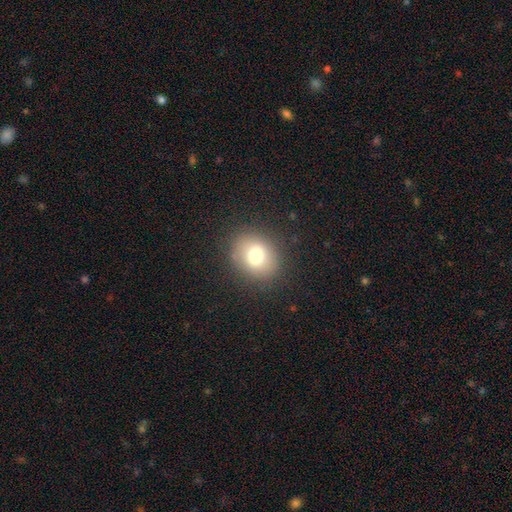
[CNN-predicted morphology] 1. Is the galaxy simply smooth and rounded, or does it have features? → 74% smooth, 13% star or artifact, 13% featured or disk.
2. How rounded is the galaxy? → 64% round, 35% in between, 1% cigar-shaped.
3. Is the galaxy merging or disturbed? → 86% none, 9% minor disturbance, 4% major disturbance, 1% merger.